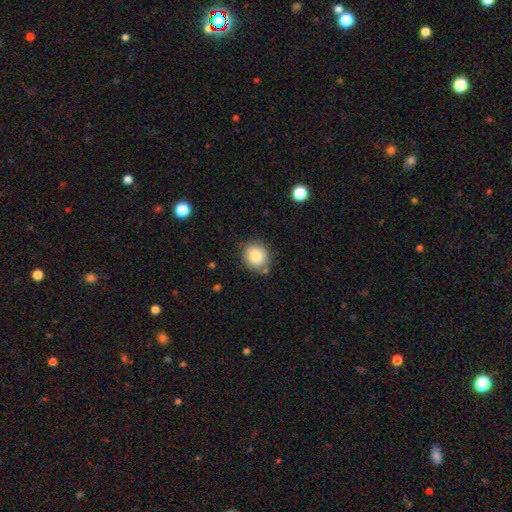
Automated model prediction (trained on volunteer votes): Smooth or featured? smooth (83%)
How rounded? round (75%)
Merging? none (80%)